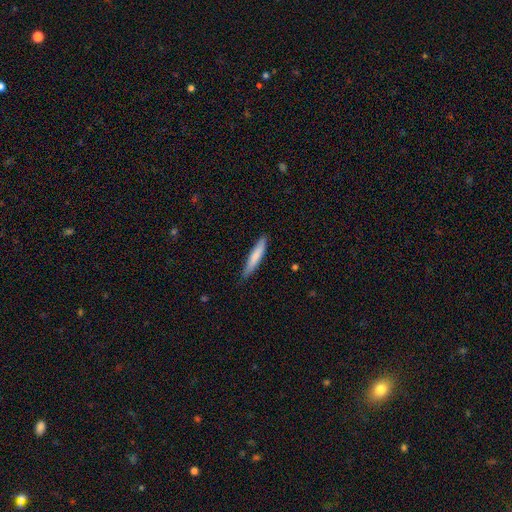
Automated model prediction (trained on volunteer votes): Morphology: type=smooth (78%); roundness=cigar-shaped (91%); merging=none (80%).